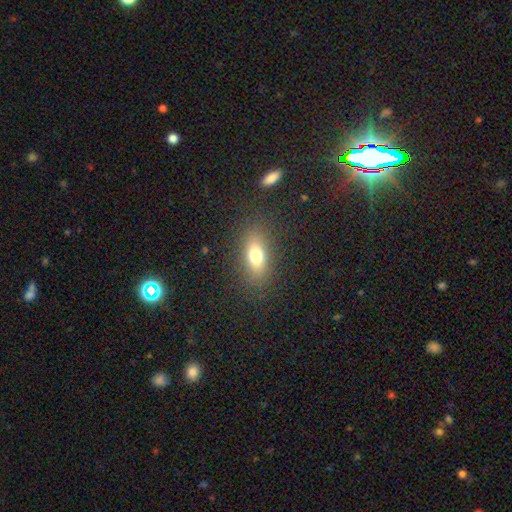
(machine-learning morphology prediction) Smooth or featured? Predicted: smooth (p=0.72). How rounded? Predicted: in between (p=0.75). Merging? Predicted: none (p=0.85).